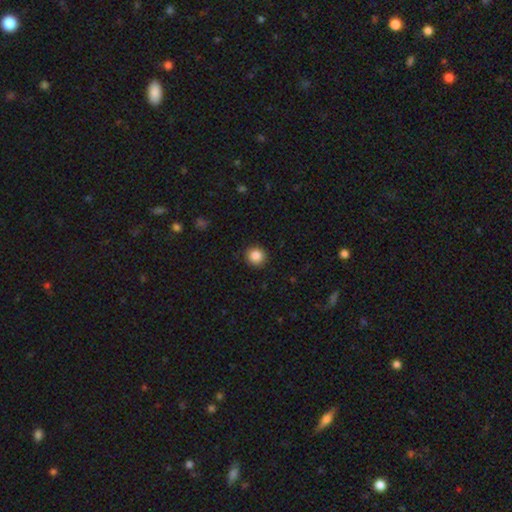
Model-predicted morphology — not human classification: Smooth or featured: smooth — 86% (star or artifact — 10%)
How rounded: round — 92% (in between — 7%)
Merging: none — 91% (minor disturbance — 6%)